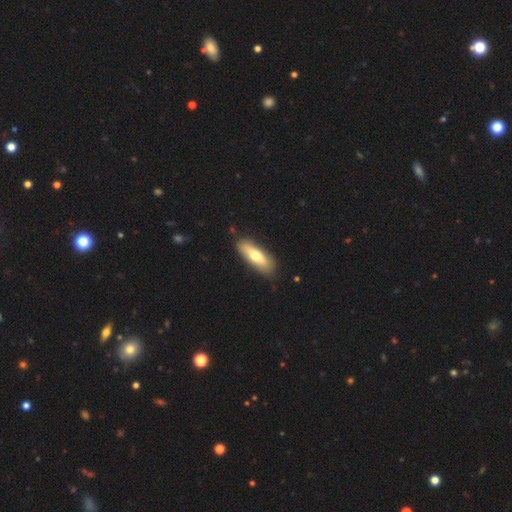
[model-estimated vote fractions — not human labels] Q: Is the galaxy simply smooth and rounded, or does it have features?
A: smooth — 67%.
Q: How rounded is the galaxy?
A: in between — 54%.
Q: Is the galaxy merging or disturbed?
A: none — 84%.